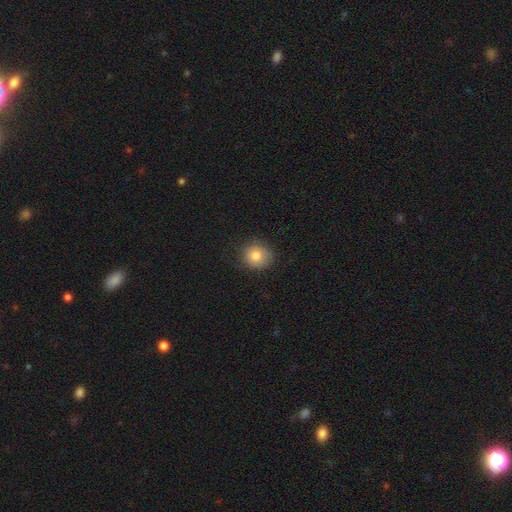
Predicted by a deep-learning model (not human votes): A smooth galaxy with no disk features (80%) that is round (84%). Merging: none (84%).